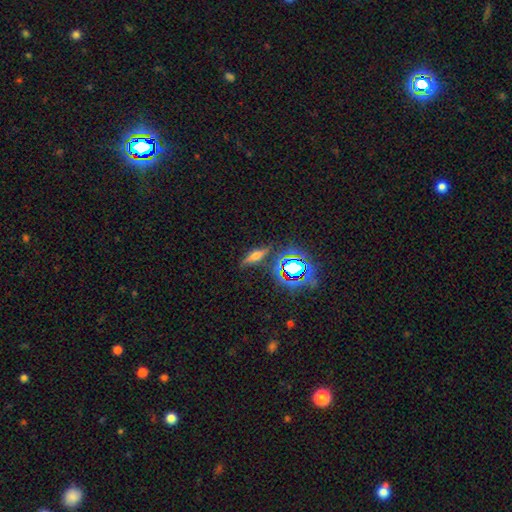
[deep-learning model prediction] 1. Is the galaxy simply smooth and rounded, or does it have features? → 41% smooth, 34% featured or disk, 25% star or artifact.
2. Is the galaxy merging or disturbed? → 78% none, 13% minor disturbance, 5% major disturbance, 4% merger.